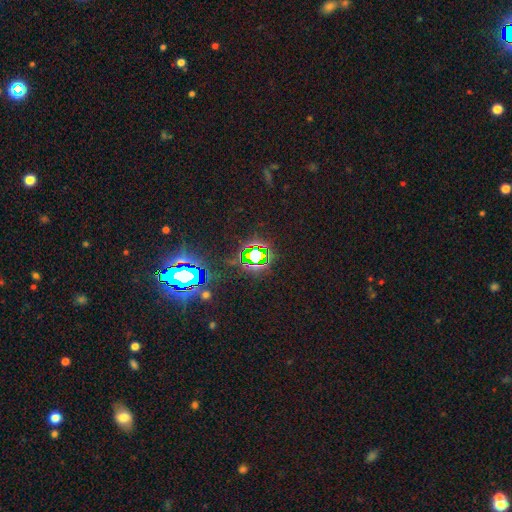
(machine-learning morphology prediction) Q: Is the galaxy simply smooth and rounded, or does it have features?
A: star or artifact — 79%.